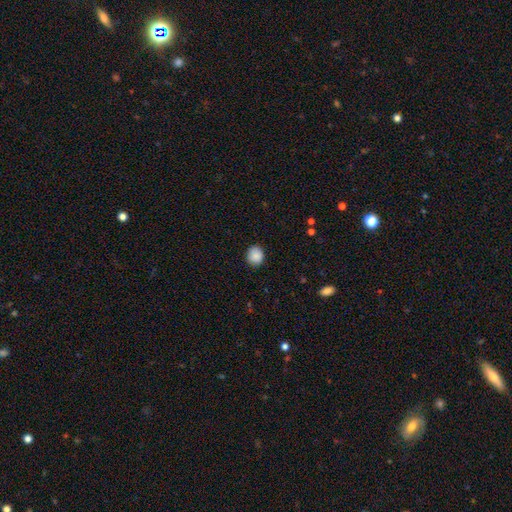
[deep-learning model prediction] Q: Smooth or featured?
A: smooth (89%); runner-up: star or artifact (8%)
Q: How rounded?
A: round (79%); runner-up: in between (20%)
Q: Merging?
A: none (88%); runner-up: minor disturbance (9%)